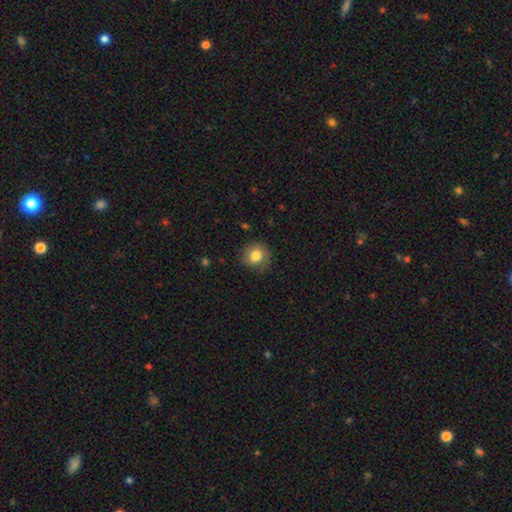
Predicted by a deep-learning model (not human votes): smooth-or-featured: smooth: 79% | featured or disk: 13% | star or artifact: 9%
  how-rounded: round: 84% | in between: 15% | cigar-shaped: 1%
  merging: none: 74% | minor disturbance: 19% | major disturbance: 6% | merger: 1%